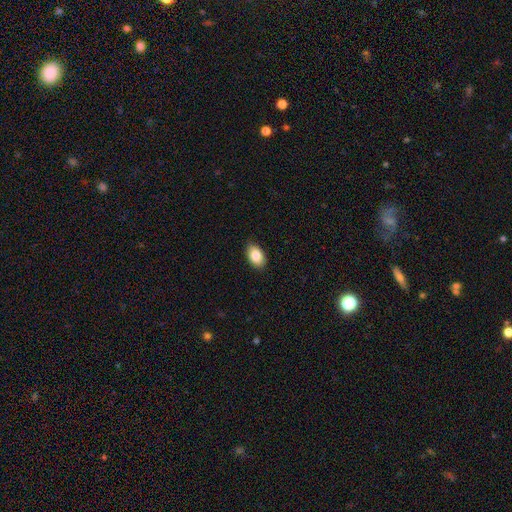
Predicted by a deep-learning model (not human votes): smooth-or-featured: smooth: 85% | featured or disk: 8% | star or artifact: 7%
  how-rounded: in between: 91% | round: 8% | cigar-shaped: 1%
  merging: none: 88% | minor disturbance: 9% | major disturbance: 2% | merger: 1%